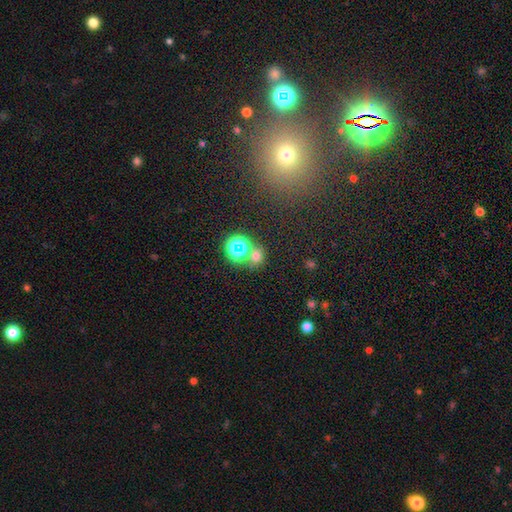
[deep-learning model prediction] Q: Smooth or featured?
A: smooth (59%); runner-up: star or artifact (34%)
Q: How rounded?
A: round (79%); runner-up: in between (20%)
Q: Merging?
A: none (65%); runner-up: merger (23%)